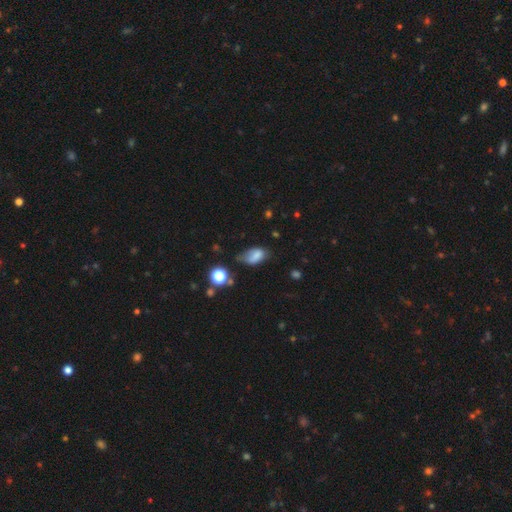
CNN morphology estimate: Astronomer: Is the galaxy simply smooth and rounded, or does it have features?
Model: smooth — 74%.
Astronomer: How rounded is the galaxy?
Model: in between — 88%.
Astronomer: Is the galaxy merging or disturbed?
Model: none — 40% (runner-up: minor disturbance, 38%).